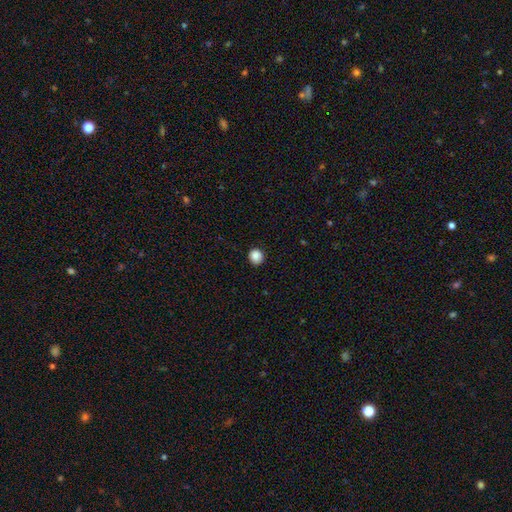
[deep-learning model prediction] A smooth galaxy with no disk features (88%) that is round (90%). Merging: none (92%).